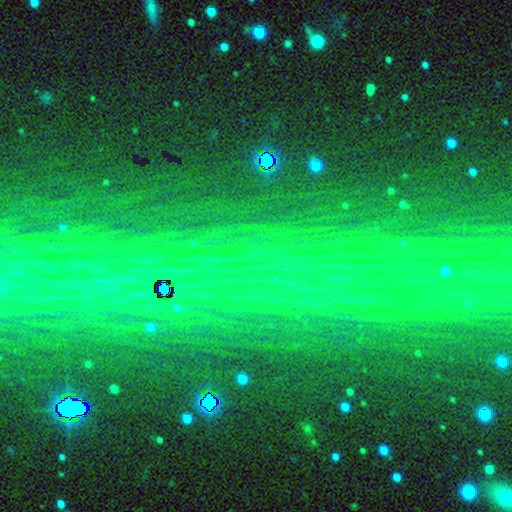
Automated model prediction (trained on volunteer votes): Smooth or featured? Predicted: star or artifact (p=0.84).